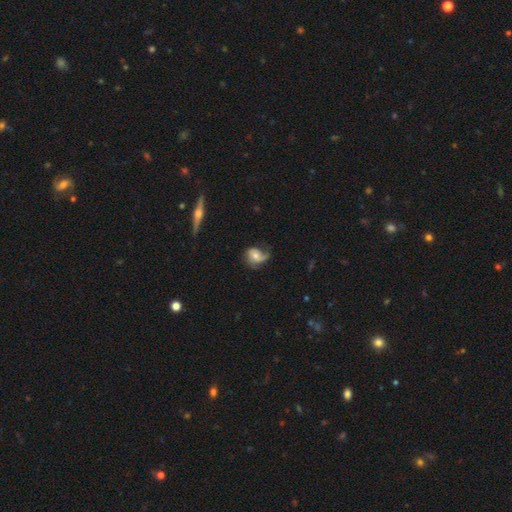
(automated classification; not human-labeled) A featured or disk galaxy (61%) with no bar (69%), 2 (45%) loose (40%) spiral arms (86%) and a moderate central bulge (55%). Merging: none (46%).